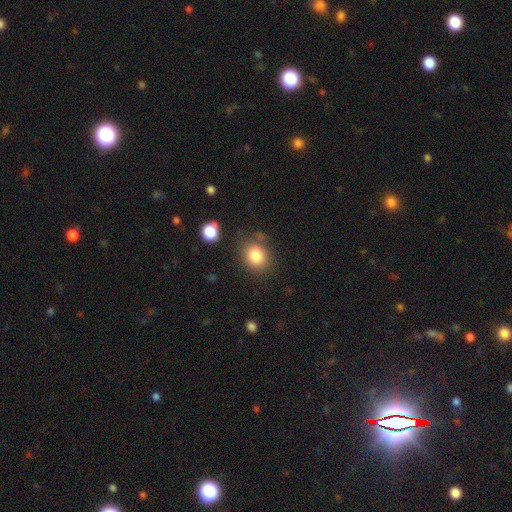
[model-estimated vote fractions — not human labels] smooth-or-featured: smooth: 83% | star or artifact: 10% | featured or disk: 7%
  how-rounded: round: 65% | in between: 34% | cigar-shaped: 1%
  merging: none: 76% | minor disturbance: 14% | merger: 5% | major disturbance: 5%